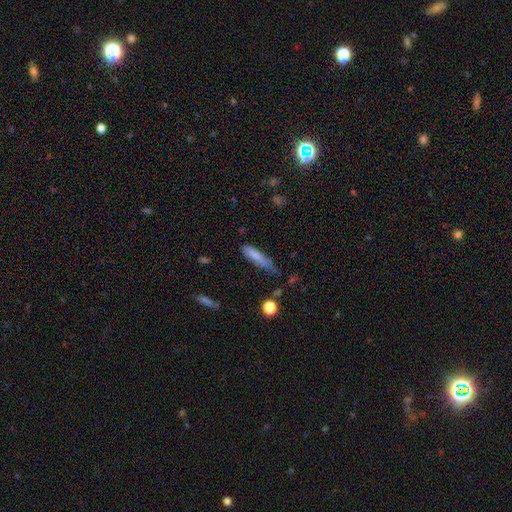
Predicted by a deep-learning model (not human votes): Smooth or featured: smooth — 78% (featured or disk — 14%)
How rounded: cigar-shaped — 77% (in between — 21%)
Merging: none — 48% (minor disturbance — 36%)